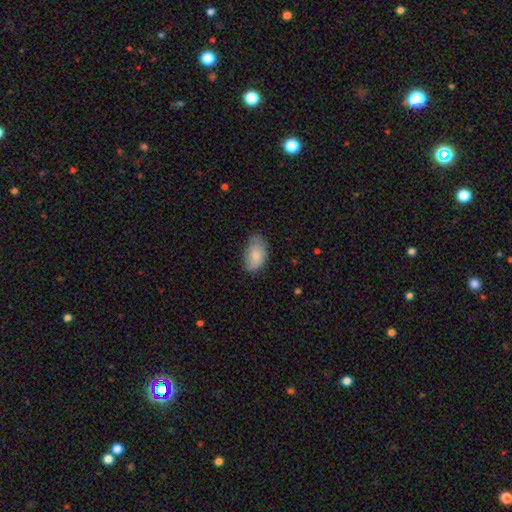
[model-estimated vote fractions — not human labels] This is clearly a smooth galaxy (81%). How rounded: clearly in between (93%). Merging: possibly none (59%).